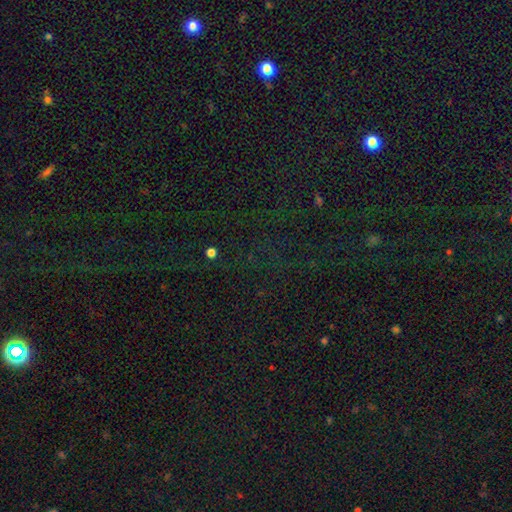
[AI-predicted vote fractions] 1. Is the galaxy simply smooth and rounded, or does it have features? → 79% star or artifact, 14% smooth, 7% featured or disk.